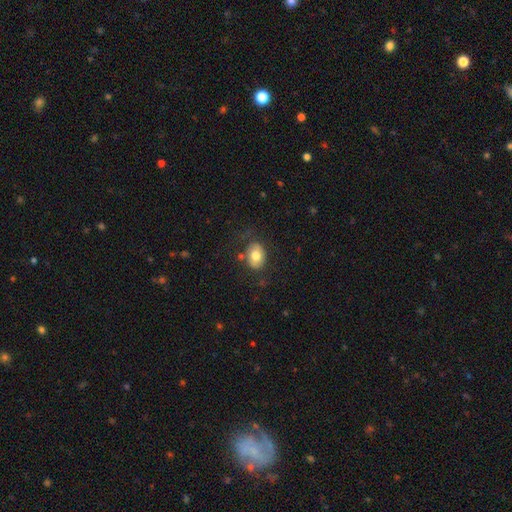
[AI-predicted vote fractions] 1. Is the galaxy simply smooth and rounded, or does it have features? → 73% smooth, 20% featured or disk, 8% star or artifact.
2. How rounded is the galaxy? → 69% in between, 30% round, 1% cigar-shaped.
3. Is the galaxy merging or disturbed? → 70% none, 18% minor disturbance, 8% major disturbance, 4% merger.